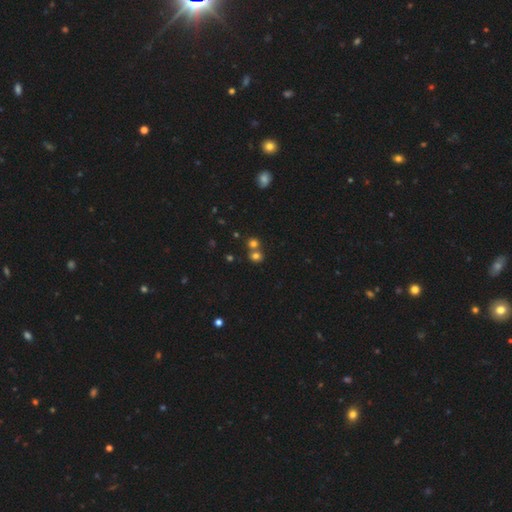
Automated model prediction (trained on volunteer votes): A smooth galaxy with no disk features (70%) that is round (78%).

Vote fractions:
- Smooth or featured? smooth: 70% / star or artifact: 21% / featured or disk: 9%
- How rounded? round: 78% / in between: 20% / cigar-shaped: 1%
- Merging? none: 53% / merger: 37% / minor disturbance: 7% / major disturbance: 3%